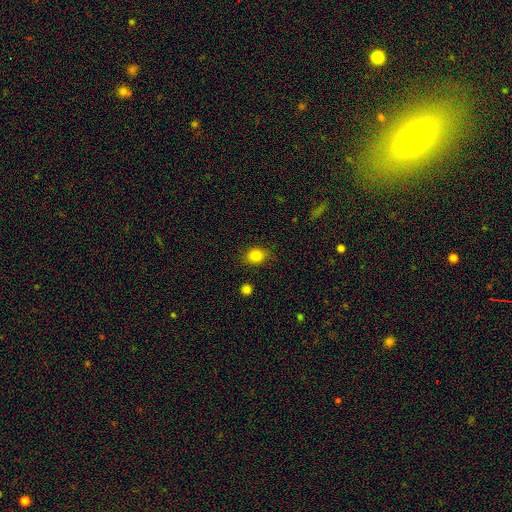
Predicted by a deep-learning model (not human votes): Smooth or featured?
  - smooth: 84% *
  - star or artifact: 10%
  - featured or disk: 6%
How rounded?
  - in between: 51% *
  - round: 48%
  - cigar-shaped: 1%
Merging?
  - none: 84% *
  - minor disturbance: 12%
  - major disturbance: 3%
  - merger: 2%